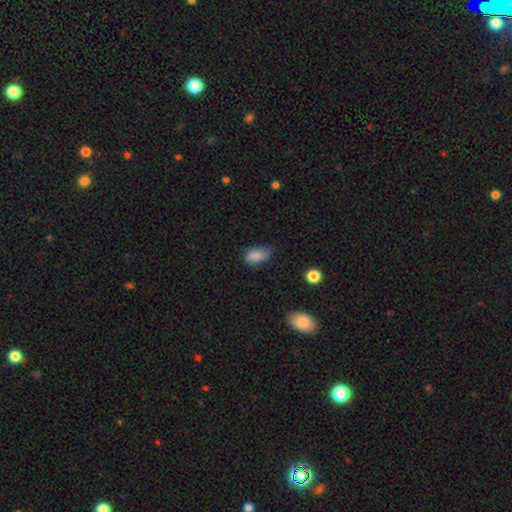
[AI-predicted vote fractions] smooth_or_featured: smooth (p=0.84) [alt: star or artifact p=0.09]
how_rounded: in between (p=0.89) [alt: round p=0.07]
merging: none (p=0.48) [alt: minor disturbance p=0.40]